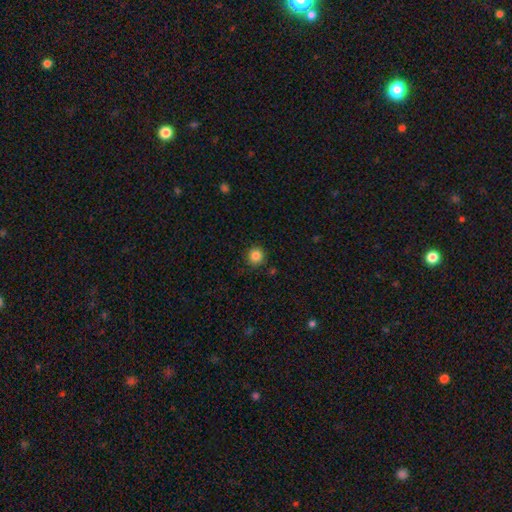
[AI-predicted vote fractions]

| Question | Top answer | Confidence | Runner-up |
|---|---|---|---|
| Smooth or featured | smooth | 85% | star or artifact (11%) |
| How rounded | round | 93% | in between (6%) |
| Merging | none | 88% | minor disturbance (8%) |